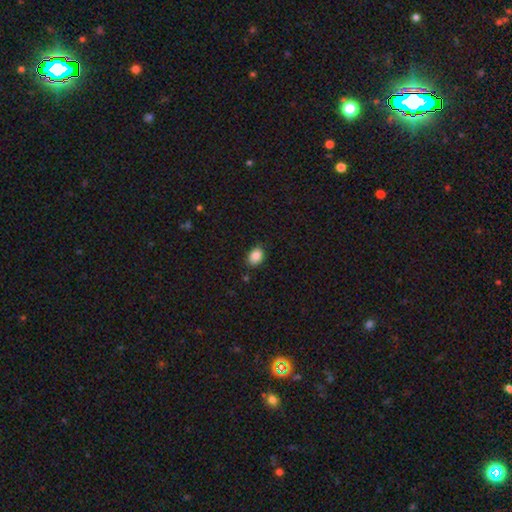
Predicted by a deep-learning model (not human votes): Smooth or featured: smooth — 87% (star or artifact — 9%)
How rounded: in between — 73% (round — 26%)
Merging: none — 84% (minor disturbance — 12%)